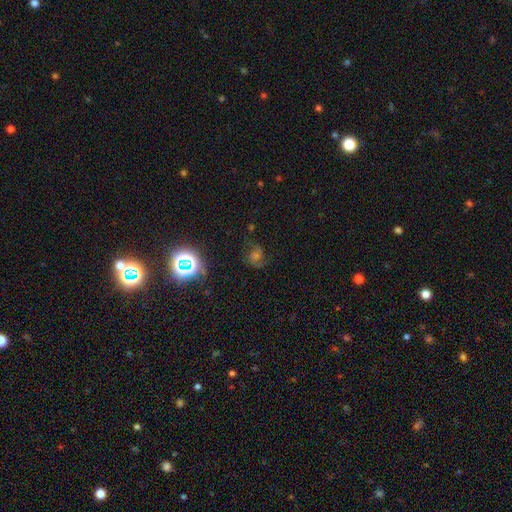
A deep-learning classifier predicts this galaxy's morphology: Smooth or featured: featured or disk — 44% (star or artifact — 32%)
Merging: none — 62% (minor disturbance — 19%)